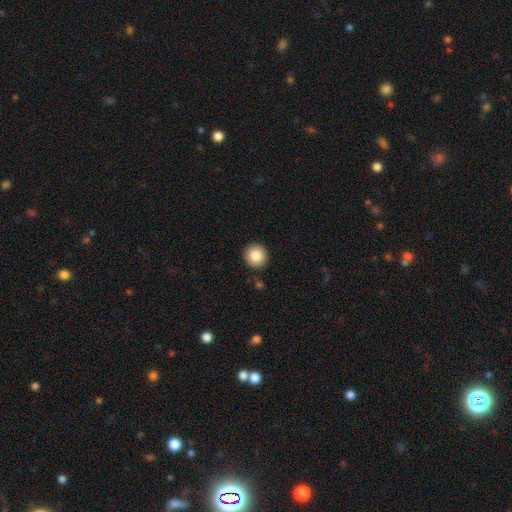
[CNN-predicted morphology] Smooth or featured: smooth — 85% (star or artifact — 9%)
How rounded: round — 94% (in between — 5%)
Merging: none — 91% (minor disturbance — 6%)